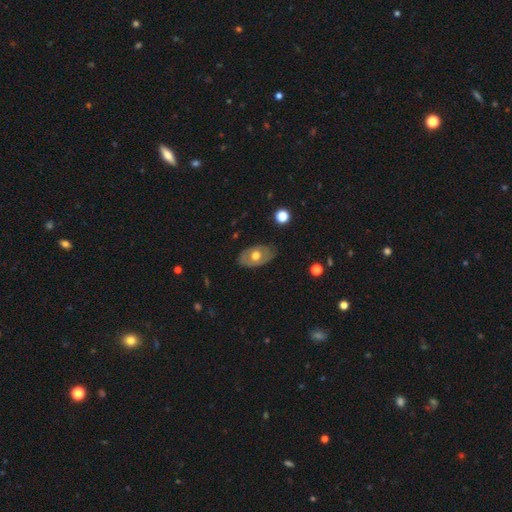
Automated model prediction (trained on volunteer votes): Morphology: type=featured or disk (53%); edge-on=no (90%); merging=none (75%).